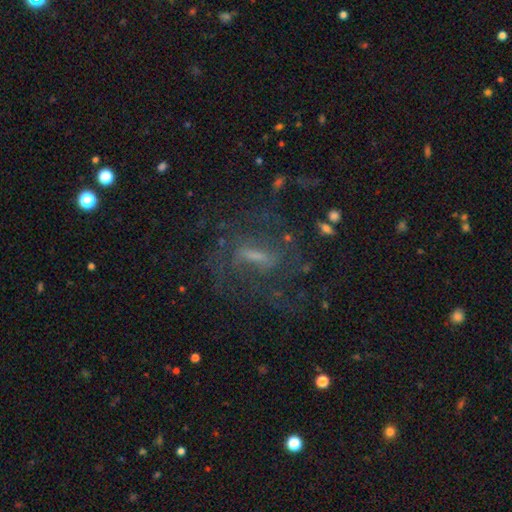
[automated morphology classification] featured or disk 73%, smooth 14%, star or artifact 13%. Down the decision tree: edge-on disk — no (91%); bar — weak (44%); spiral arms — yes (83%); spiral arm count — 2 (38%); spiral winding — medium (46%); bulge size — small (40%); merging — none (63%).